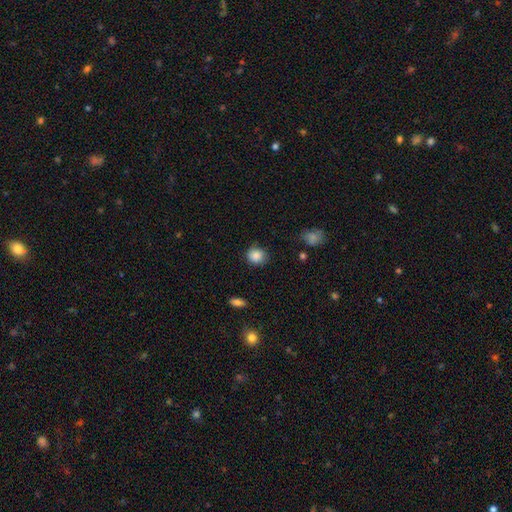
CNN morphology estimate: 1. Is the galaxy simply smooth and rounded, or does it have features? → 87% smooth, 9% star or artifact, 5% featured or disk.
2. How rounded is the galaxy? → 77% round, 22% in between, 1% cigar-shaped.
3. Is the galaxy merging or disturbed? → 77% none, 18% minor disturbance, 4% major disturbance, 1% merger.